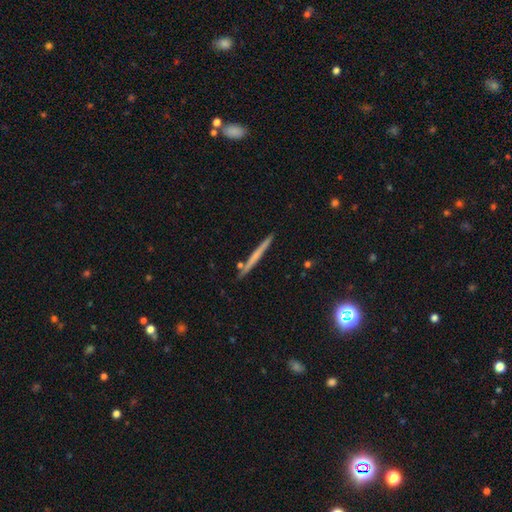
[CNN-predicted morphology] This appears to be a smooth galaxy with no disk features (47%). Merging: none (88%).